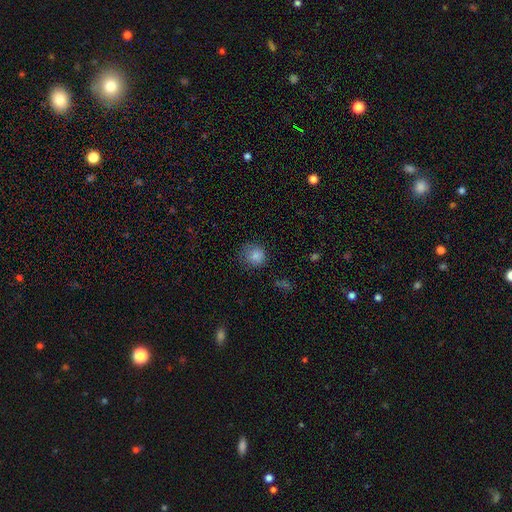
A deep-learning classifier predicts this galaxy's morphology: This is clearly a smooth galaxy (83%). How rounded: clearly round (88%). Merging: likely none (73%).